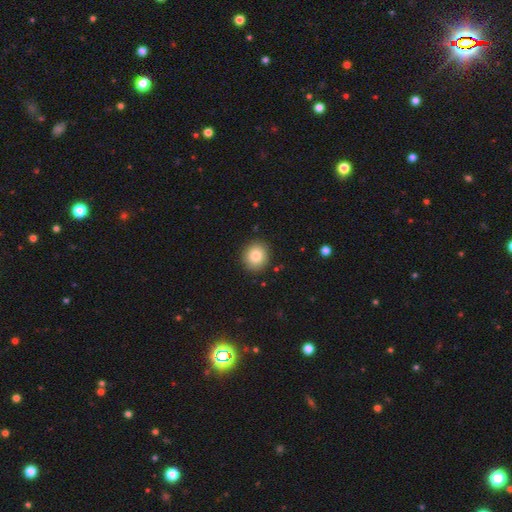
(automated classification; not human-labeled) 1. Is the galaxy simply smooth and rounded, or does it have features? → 85% smooth, 8% star or artifact, 7% featured or disk.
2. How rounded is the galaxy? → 79% round, 20% in between, 1% cigar-shaped.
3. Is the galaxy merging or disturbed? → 89% none, 8% minor disturbance, 2% major disturbance, 1% merger.